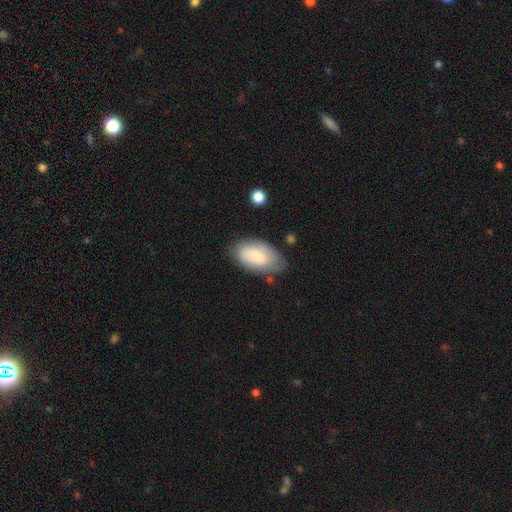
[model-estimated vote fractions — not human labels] This appears to be a smooth galaxy with no disk features (73%) that is in between round and cigar-shaped (94%). Merging: none (66%).